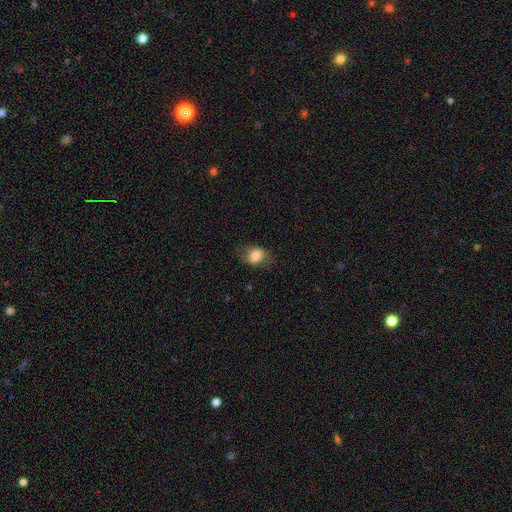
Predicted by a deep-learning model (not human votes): Smooth or featured? Predicted: smooth (p=0.74). How rounded? Predicted: in between (p=0.61). Merging? Predicted: none (p=0.69).